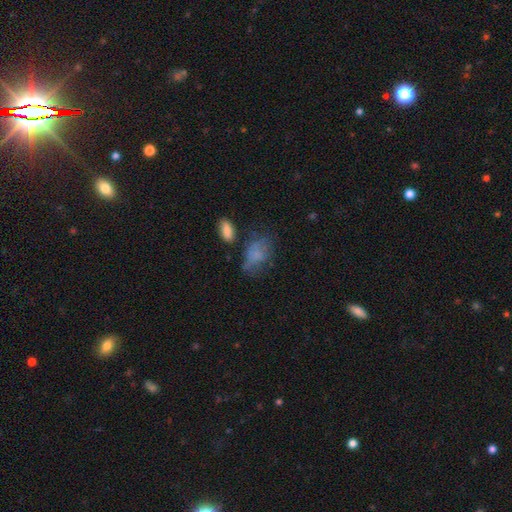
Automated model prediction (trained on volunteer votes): Morphology: type=smooth (68%); roundness=in between (85%); merging=none (40%).